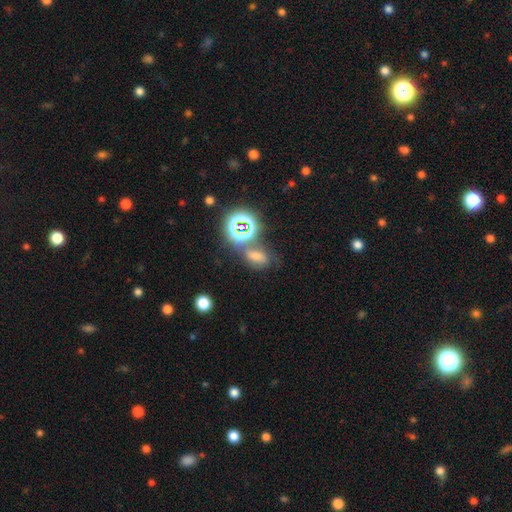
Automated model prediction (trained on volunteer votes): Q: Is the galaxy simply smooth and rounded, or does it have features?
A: smooth — 44%.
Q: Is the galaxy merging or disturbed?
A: none — 52%.